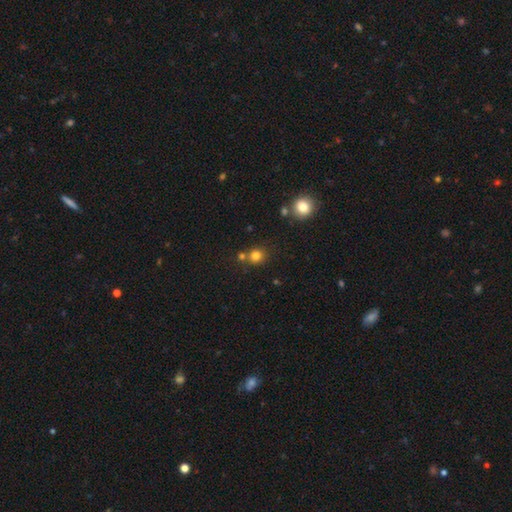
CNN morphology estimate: This is likely a smooth galaxy (78%). How rounded: clearly round (87%). Merging: likely none (69%).